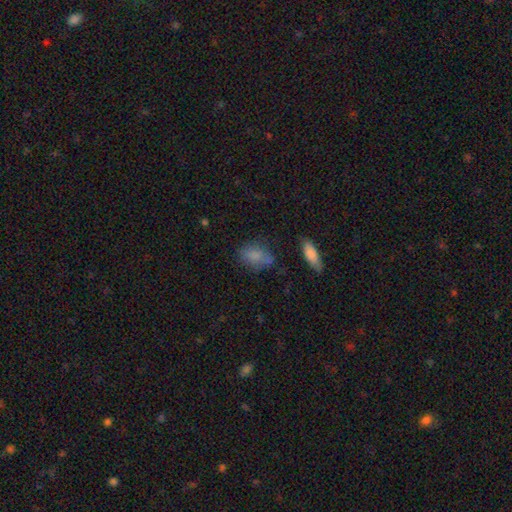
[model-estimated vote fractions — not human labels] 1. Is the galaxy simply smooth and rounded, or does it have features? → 78% smooth, 11% featured or disk, 10% star or artifact.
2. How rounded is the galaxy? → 81% in between, 15% round, 4% cigar-shaped.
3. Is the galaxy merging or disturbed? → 60% none, 23% minor disturbance, 9% merger, 9% major disturbance.